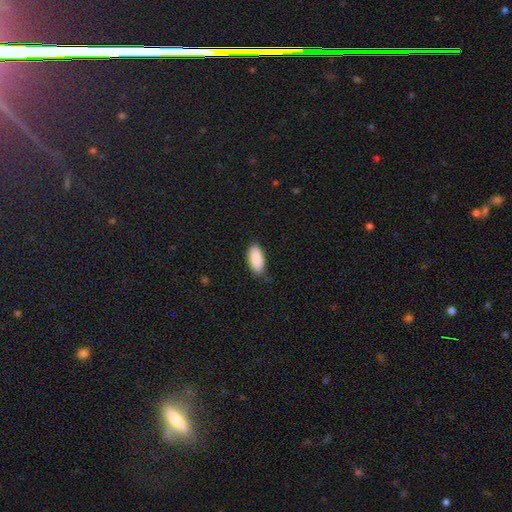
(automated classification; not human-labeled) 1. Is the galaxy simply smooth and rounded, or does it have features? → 90% smooth, 6% star or artifact, 4% featured or disk.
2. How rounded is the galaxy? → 89% in between, 9% cigar-shaped, 2% round.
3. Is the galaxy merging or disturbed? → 79% none, 17% minor disturbance, 3% major disturbance, 1% merger.